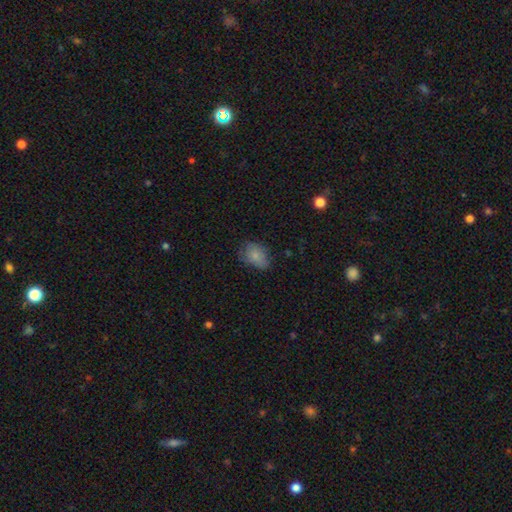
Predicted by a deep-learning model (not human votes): smooth-or-featured: smooth: 83% | featured or disk: 9% | star or artifact: 9%
  how-rounded: in between: 80% | round: 18% | cigar-shaped: 1%
  merging: none: 64% | minor disturbance: 27% | major disturbance: 7% | merger: 1%